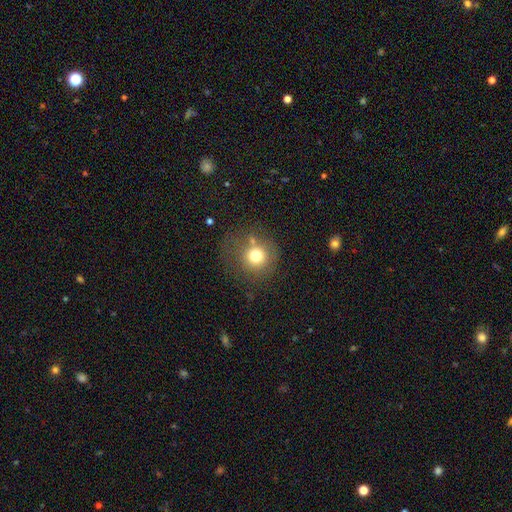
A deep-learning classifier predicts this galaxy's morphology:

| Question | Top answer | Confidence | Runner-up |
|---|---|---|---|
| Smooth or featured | smooth | 73% | featured or disk (15%) |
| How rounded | round | 91% | in between (8%) |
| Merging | none | 64% | minor disturbance (17%) |